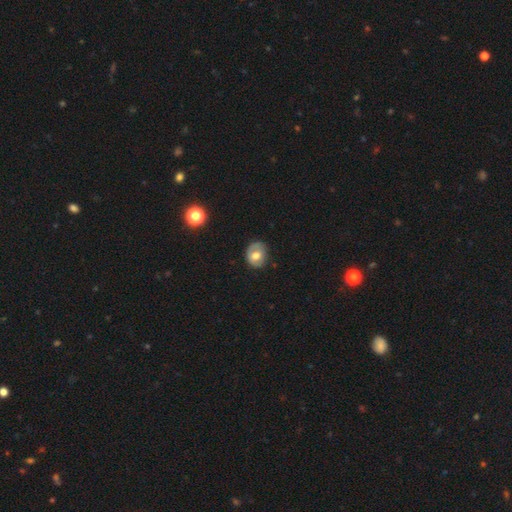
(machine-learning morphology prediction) smooth_or_featured: smooth (p=0.58) [alt: featured or disk p=0.33]
how_rounded: round (p=0.64) [alt: in between p=0.35]
merging: none (p=0.69) [alt: minor disturbance p=0.22]